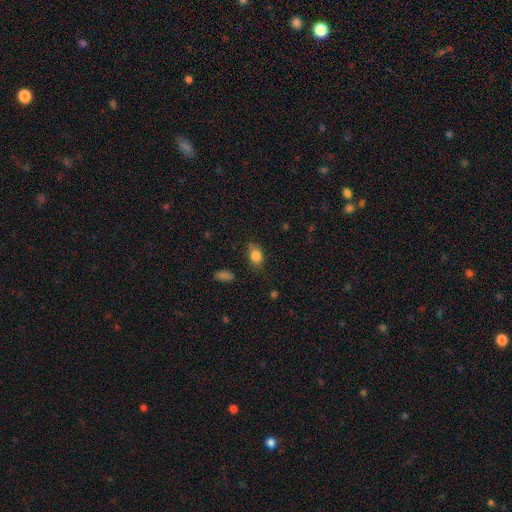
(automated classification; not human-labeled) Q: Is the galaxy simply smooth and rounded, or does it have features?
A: smooth — 84%.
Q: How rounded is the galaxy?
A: in between — 73%.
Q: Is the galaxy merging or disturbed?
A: none — 73%.